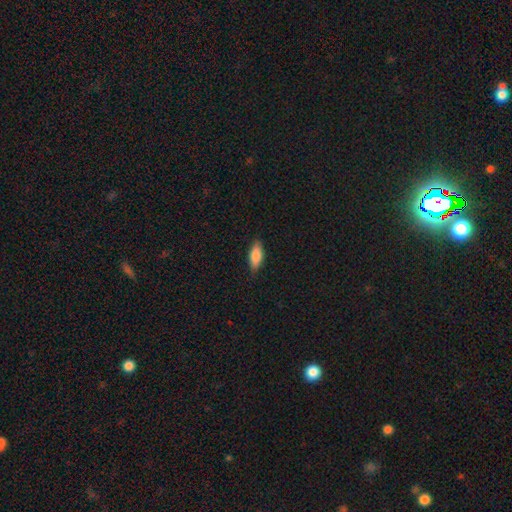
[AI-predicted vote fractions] A smooth galaxy with no disk features (83%) that is in between round and cigar-shaped (76%).

Vote fractions:
- Smooth or featured? smooth: 83% / featured or disk: 11% / star or artifact: 6%
- How rounded? in between: 76% / cigar-shaped: 22% / round: 2%
- Merging? none: 86% / minor disturbance: 11% / major disturbance: 2% / merger: 1%